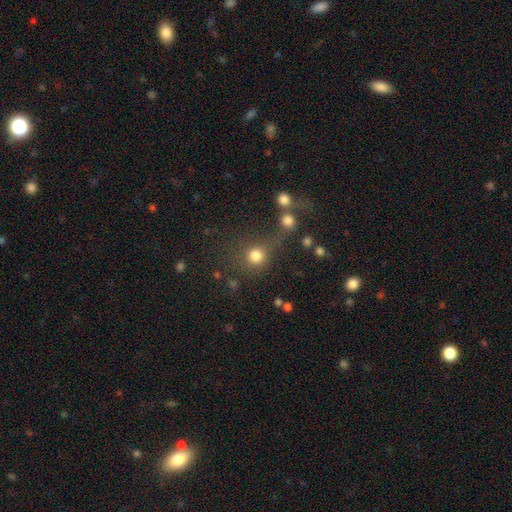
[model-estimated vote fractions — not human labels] smooth 78%, star or artifact 15%, featured or disk 7%. Down the decision tree: how rounded — round (91%); merging — none (58%).